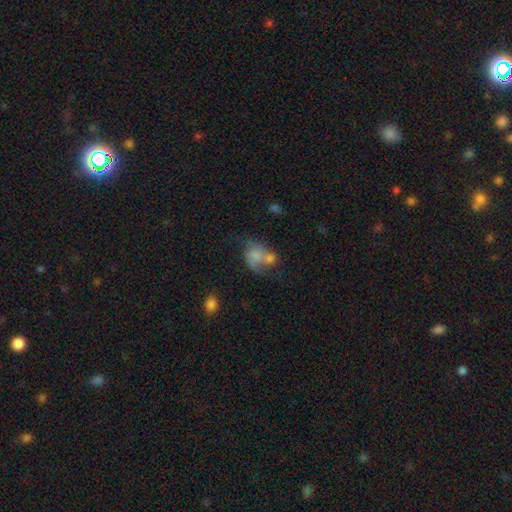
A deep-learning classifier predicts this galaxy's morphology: Overall: smooth (55%; featured or disk 36%). How rounded: in between (61%; round 37%). Merging: merger (43%; none 23%).